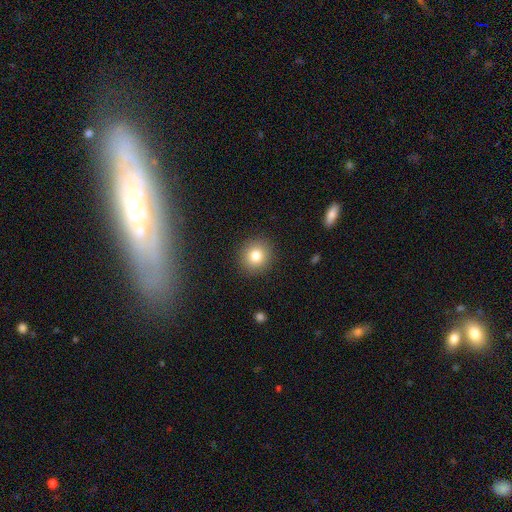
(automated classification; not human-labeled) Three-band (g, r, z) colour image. It shows a smooth galaxy with no disk features (80%) that is round (88%). Merging: none (90%).